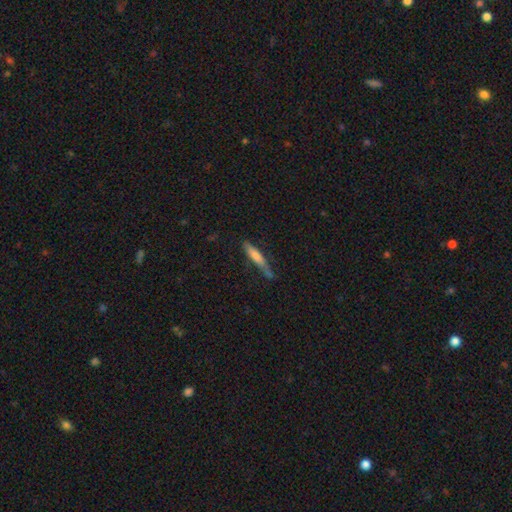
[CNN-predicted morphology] type=smooth (57%); roundness=cigar-shaped (90%); merging=none (66%).